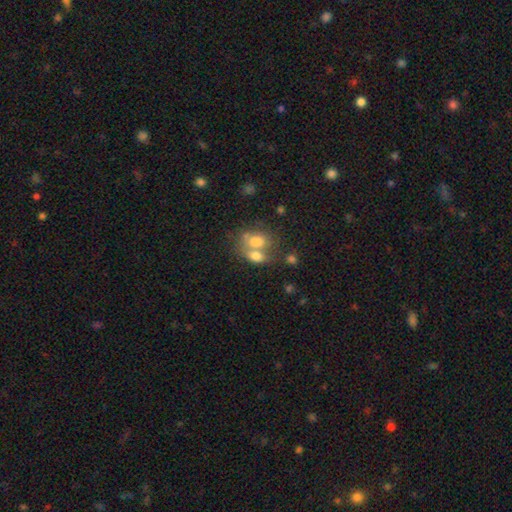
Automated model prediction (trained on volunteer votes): Morphology: type=smooth (71%); roundness=in between (74%); merging=merger (63%).